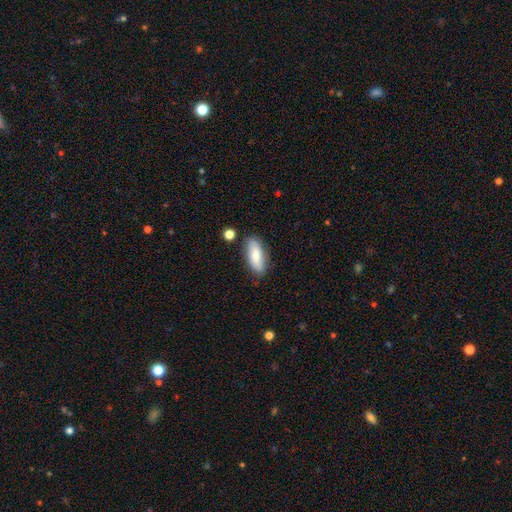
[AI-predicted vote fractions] A smooth galaxy with no disk features (73%) that is in between round and cigar-shaped (78%). Merging: none (80%).